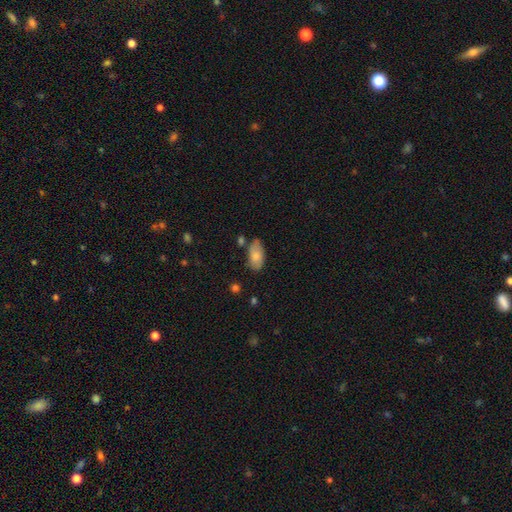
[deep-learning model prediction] This appears to be a smooth galaxy with no disk features (76%) that is in between round and cigar-shaped (94%). Merging: none (70%).